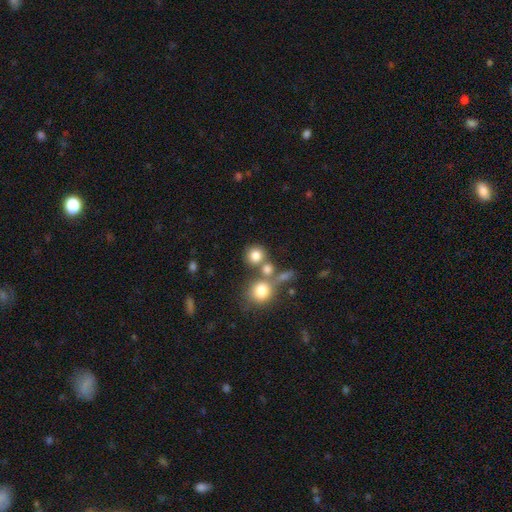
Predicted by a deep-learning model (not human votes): The model was most divided on "merging": none: 57%, merger: 29%, minor disturbance: 9%, major disturbance: 5%. More confident: how rounded — round (85%); smooth or featured — smooth (78%).